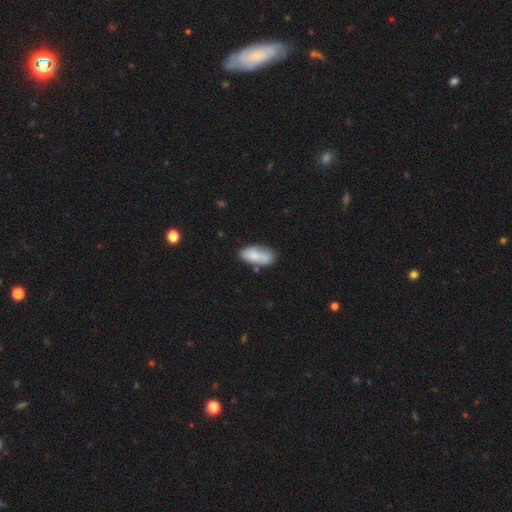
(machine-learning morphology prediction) smooth-or-featured: smooth: 73% | featured or disk: 20% | star or artifact: 7%
  how-rounded: in between: 89% | cigar-shaped: 8% | round: 3%
  merging: none: 56% | minor disturbance: 23% | merger: 14% | major disturbance: 6%